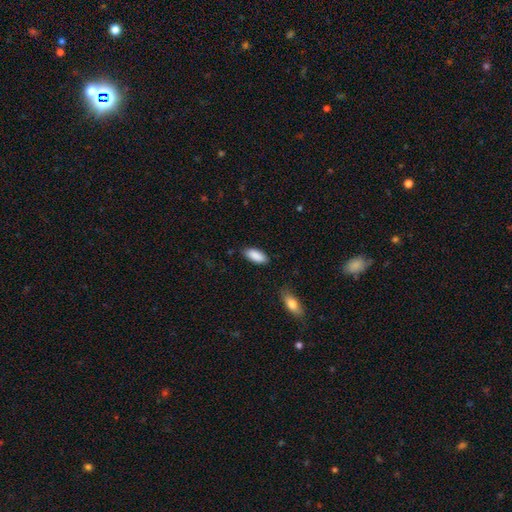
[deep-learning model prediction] smooth_or_featured: smooth (p=0.90) [alt: star or artifact p=0.06]
how_rounded: in between (p=0.85) [alt: cigar-shaped p=0.13]
merging: none (p=0.85) [alt: minor disturbance p=0.11]